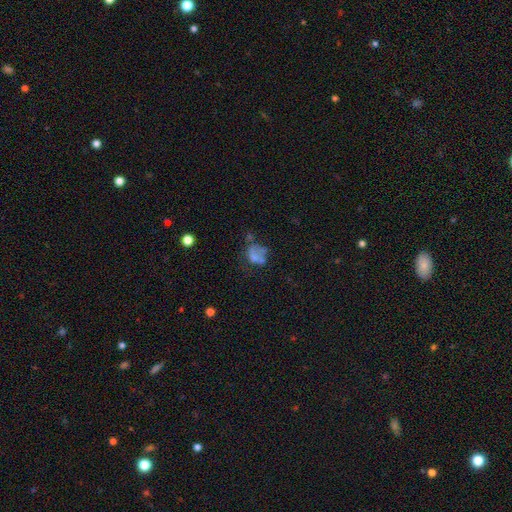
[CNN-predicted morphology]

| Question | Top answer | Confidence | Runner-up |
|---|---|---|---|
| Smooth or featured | smooth | 48% | featured or disk (37%) |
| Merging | major disturbance | 30% | none (27%) |